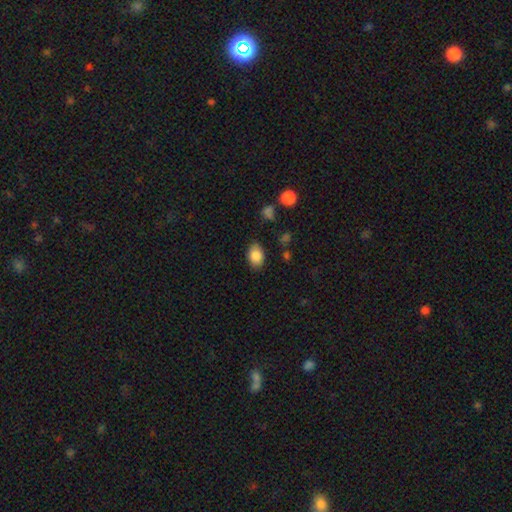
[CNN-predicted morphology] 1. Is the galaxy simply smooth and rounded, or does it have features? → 86% smooth, 8% star or artifact, 6% featured or disk.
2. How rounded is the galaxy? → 81% in between, 17% round, 1% cigar-shaped.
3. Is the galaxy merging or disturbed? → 81% none, 14% minor disturbance, 3% major disturbance, 2% merger.